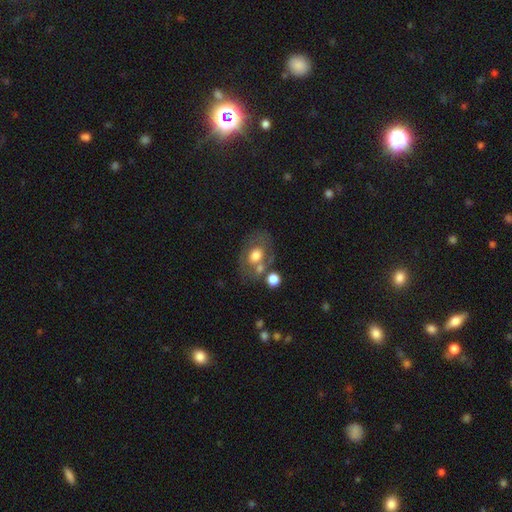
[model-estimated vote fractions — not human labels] smooth-or-featured: smooth: 54% | featured or disk: 36% | star or artifact: 9%
  how-rounded: in between: 68% | round: 31% | cigar-shaped: 1%
  merging: none: 54% | merger: 21% | minor disturbance: 16% | major disturbance: 8%